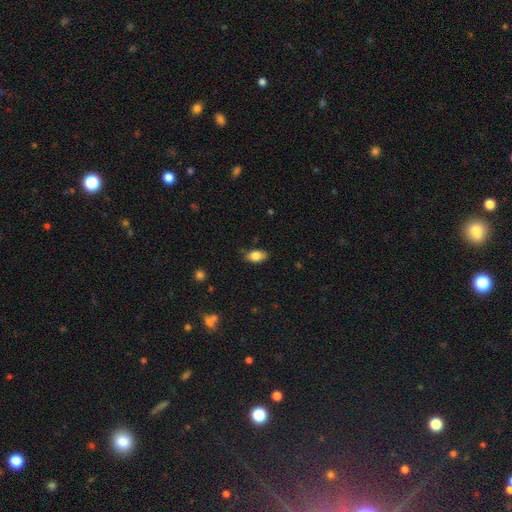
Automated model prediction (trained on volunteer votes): smooth 82%, featured or disk 10%, star or artifact 8%. Down the decision tree: how rounded — in between (91%); merging — none (80%).